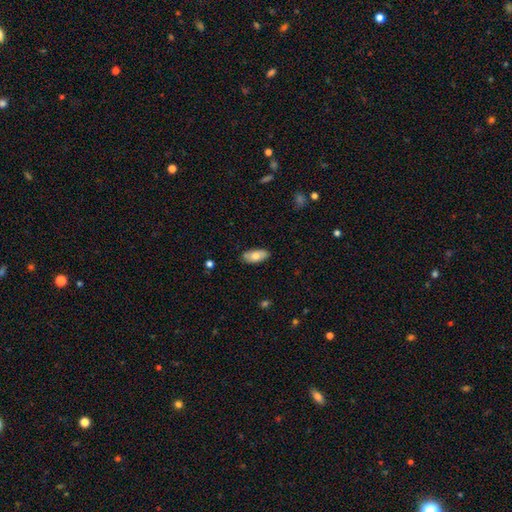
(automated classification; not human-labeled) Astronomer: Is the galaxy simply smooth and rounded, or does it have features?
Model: smooth — 73%.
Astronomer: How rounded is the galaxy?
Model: in between — 90%.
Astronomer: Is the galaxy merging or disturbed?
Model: none — 85%.